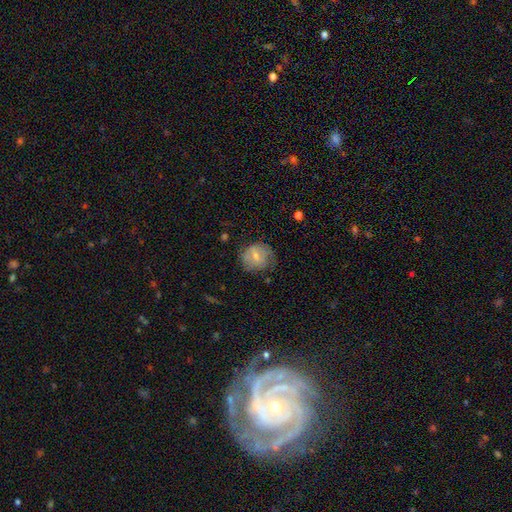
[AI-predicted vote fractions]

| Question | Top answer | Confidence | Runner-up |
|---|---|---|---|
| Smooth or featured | smooth | 60% | featured or disk (32%) |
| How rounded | round | 79% | in between (20%) |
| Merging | none | 60% | minor disturbance (27%) |